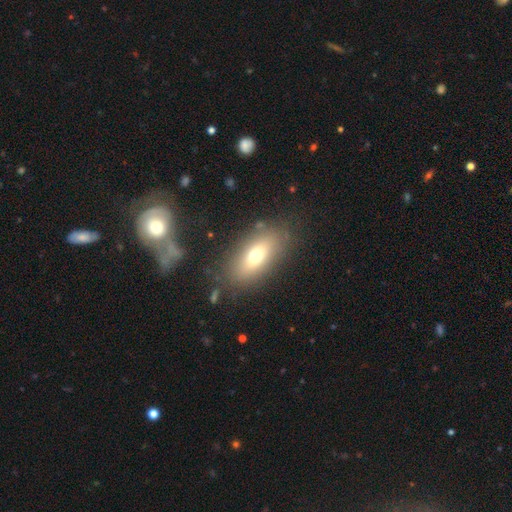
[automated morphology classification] smooth-or-featured: smooth: 68% | featured or disk: 21% | star or artifact: 11%
  how-rounded: in between: 82% | cigar-shaped: 10% | round: 8%
  merging: none: 80% | minor disturbance: 12% | major disturbance: 6% | merger: 2%